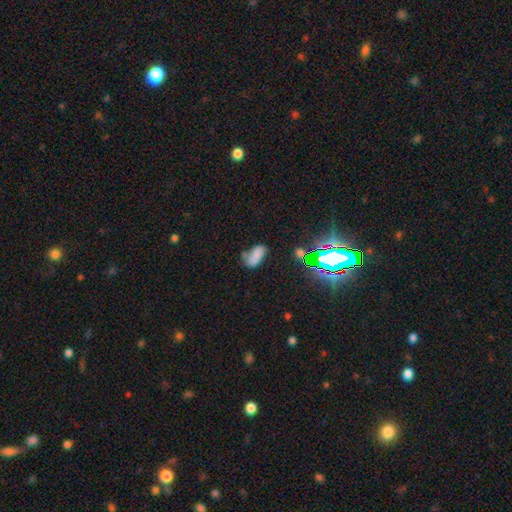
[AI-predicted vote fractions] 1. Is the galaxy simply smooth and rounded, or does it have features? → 70% smooth, 18% star or artifact, 12% featured or disk.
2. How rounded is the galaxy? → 87% in between, 9% cigar-shaped, 4% round.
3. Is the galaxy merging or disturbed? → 48% none, 27% minor disturbance, 13% merger, 12% major disturbance.